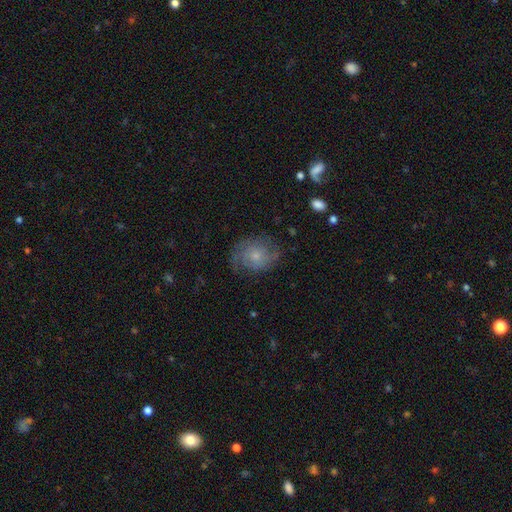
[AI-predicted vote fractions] Smooth or featured?
  - featured or disk: 57% *
  - smooth: 34%
  - star or artifact: 9%
Edge-on disk?
  - no: 97% *
  - yes: 3%
Bar?
  - no: 78% *
  - weak: 19%
  - strong: 3%
Spiral arms?
  - yes: 84% *
  - no: 16%
Bulge size?
  - small: 60% *
  - moderate: 28%
  - none: 7%
  - large: 3%
  - dominant: 1%
Merging?
  - none: 68% *
  - minor disturbance: 20%
  - major disturbance: 11%
  - merger: 1%